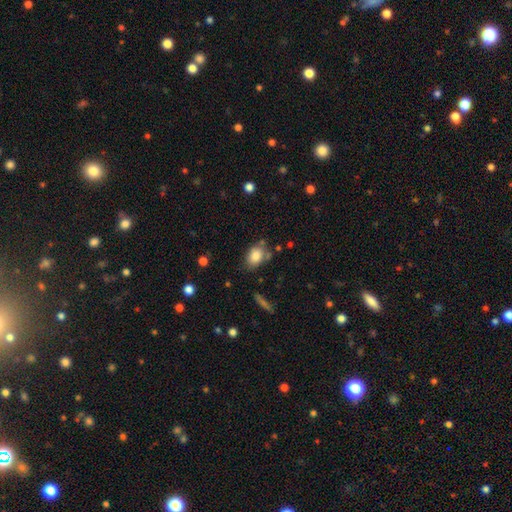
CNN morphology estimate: Smooth or featured? smooth (83%)
How rounded? in between (79%)
Merging? none (65%)